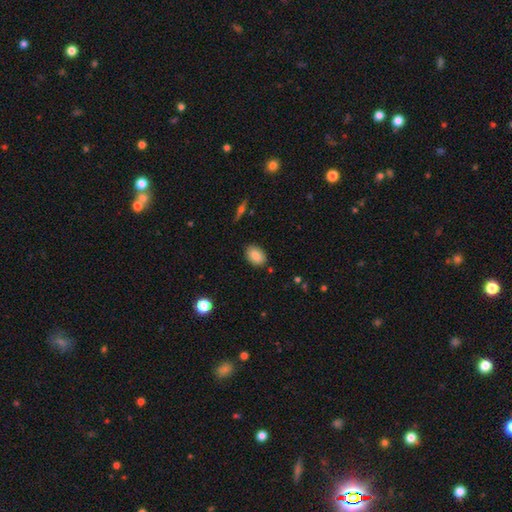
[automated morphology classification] Q: Smooth or featured?
A: smooth (84%); runner-up: star or artifact (8%)
Q: How rounded?
A: in between (83%); runner-up: round (15%)
Q: Merging?
A: none (86%); runner-up: minor disturbance (10%)